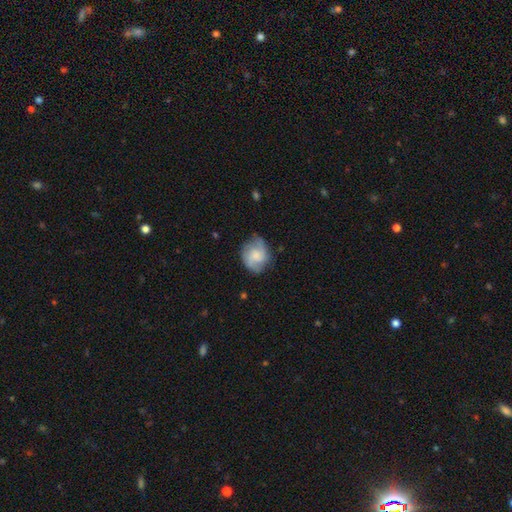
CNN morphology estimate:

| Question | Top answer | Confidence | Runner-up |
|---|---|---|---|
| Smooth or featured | featured or disk | 50% | smooth (42%) |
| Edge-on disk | no | 97% | yes (3%) |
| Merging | none | 65% | minor disturbance (24%) |